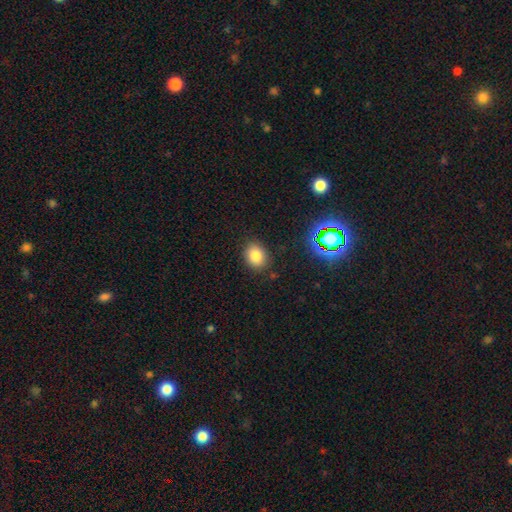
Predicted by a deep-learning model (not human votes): Overall: smooth (80%). How rounded: round (52%; in between 47%). Merging: none (86%).